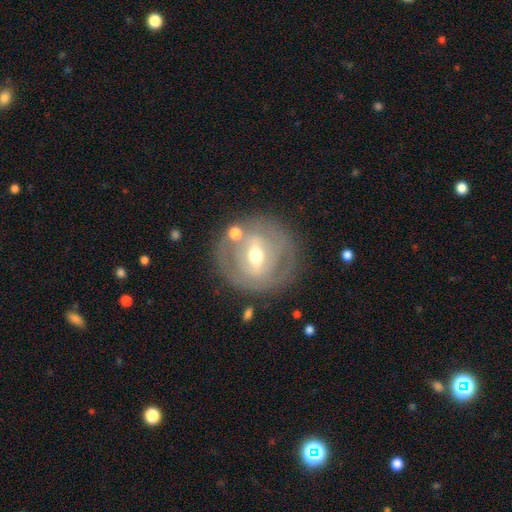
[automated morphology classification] Smooth or featured: featured or disk — 72% (smooth — 22%)
Edge-on disk: no — 92% (yes — 8%)
Bar: strong — 45% (weak — 39%)
Spiral arms: no — 56% (yes — 44%)
Bulge size: moderate — 69% (small — 23%)
Merging: none — 77% (minor disturbance — 13%)